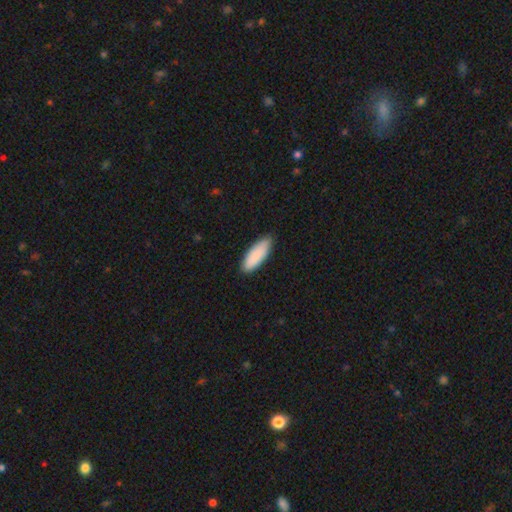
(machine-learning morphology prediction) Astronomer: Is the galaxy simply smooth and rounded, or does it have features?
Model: smooth — 88%.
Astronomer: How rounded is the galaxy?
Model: in between — 65%.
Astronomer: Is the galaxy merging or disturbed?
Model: none — 83%.